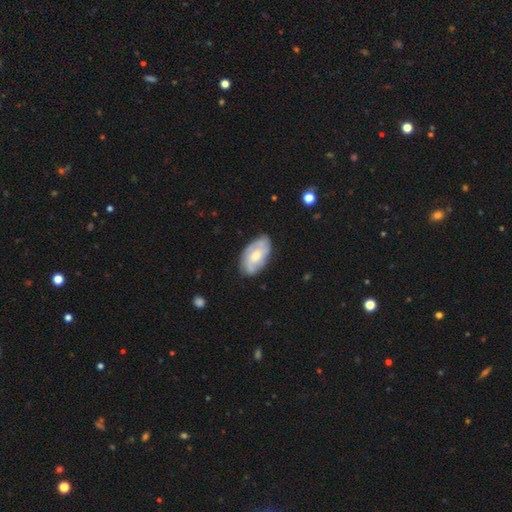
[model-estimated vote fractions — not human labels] Smooth or featured? featured or disk (58%)
Edge-on disk? no (94%)
Bar? no (67%)
Spiral arms? yes (80%)
Bulge size? moderate (51%)
Merging? none (73%)